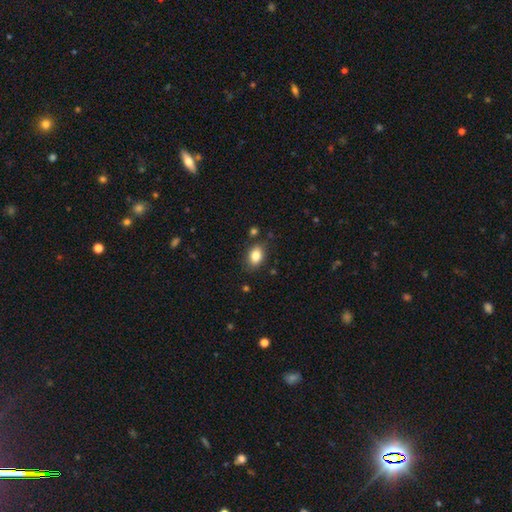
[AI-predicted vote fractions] smooth-or-featured: smooth: 84% | star or artifact: 9% | featured or disk: 8%
  how-rounded: in between: 80% | round: 18% | cigar-shaped: 1%
  merging: none: 82% | minor disturbance: 13% | major disturbance: 3% | merger: 3%